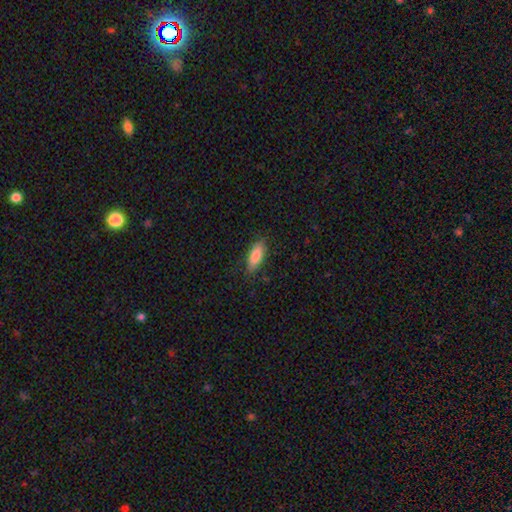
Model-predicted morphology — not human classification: A smooth galaxy with no disk features (84%) that is in between round and cigar-shaped (67%).

Vote fractions:
- Smooth or featured? smooth: 84% / featured or disk: 10% / star or artifact: 6%
- How rounded? in between: 67% / cigar-shaped: 31% / round: 2%
- Merging? none: 84% / minor disturbance: 13% / major disturbance: 3% / merger: 1%